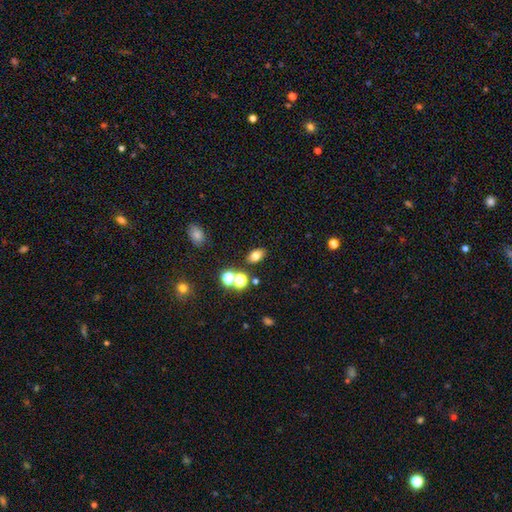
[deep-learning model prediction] Smooth or featured: smooth — 75% (star or artifact — 15%)
How rounded: in between — 82% (round — 16%)
Merging: none — 80% (minor disturbance — 10%)